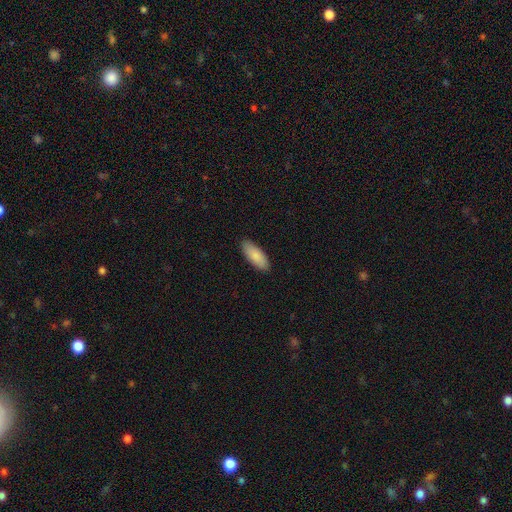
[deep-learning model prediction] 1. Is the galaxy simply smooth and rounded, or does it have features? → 88% smooth, 7% featured or disk, 5% star or artifact.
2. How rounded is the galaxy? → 77% in between, 21% cigar-shaped, 2% round.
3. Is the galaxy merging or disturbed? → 89% none, 8% minor disturbance, 2% major disturbance, 1% merger.